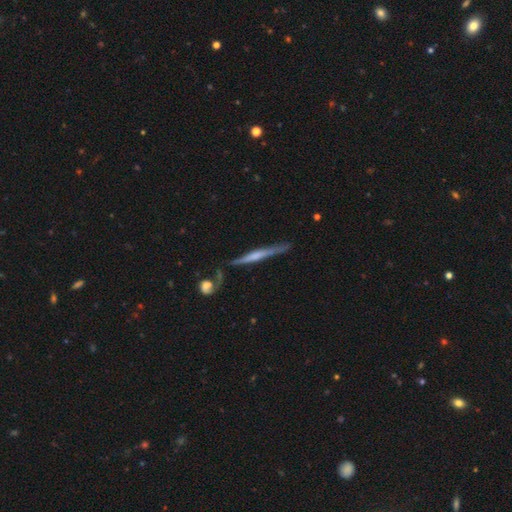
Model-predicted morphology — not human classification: Smooth or featured? Predicted: featured or disk (p=0.66). Edge-on disk? Predicted: yes (p=0.93). Edge-on bulge? Predicted: rounded (p=0.40). Merging? Predicted: none (p=0.64).